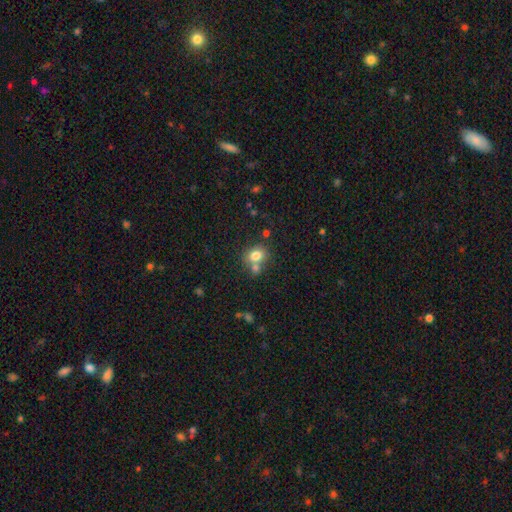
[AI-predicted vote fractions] smooth 78%, star or artifact 11%, featured or disk 11%. Down the decision tree: how rounded — round (53%); merging — none (50%).